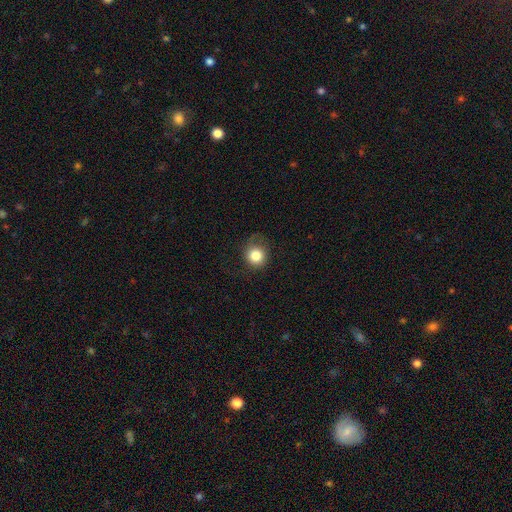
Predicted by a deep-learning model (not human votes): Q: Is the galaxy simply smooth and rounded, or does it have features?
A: smooth — 82%.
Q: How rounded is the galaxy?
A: round — 89%.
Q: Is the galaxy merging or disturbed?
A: none — 70%.